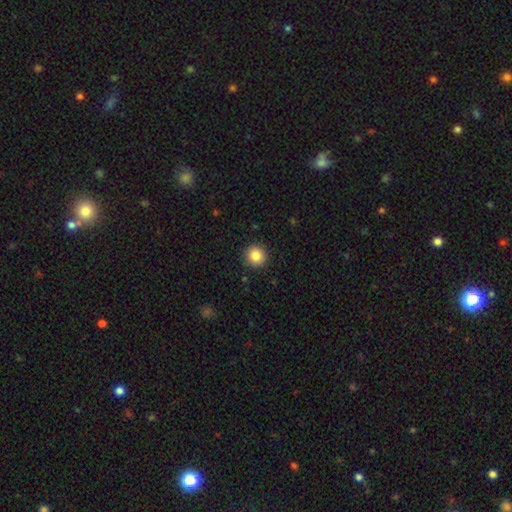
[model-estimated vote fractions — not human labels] Smooth or featured? smooth (86%)
How rounded? round (94%)
Merging? none (92%)